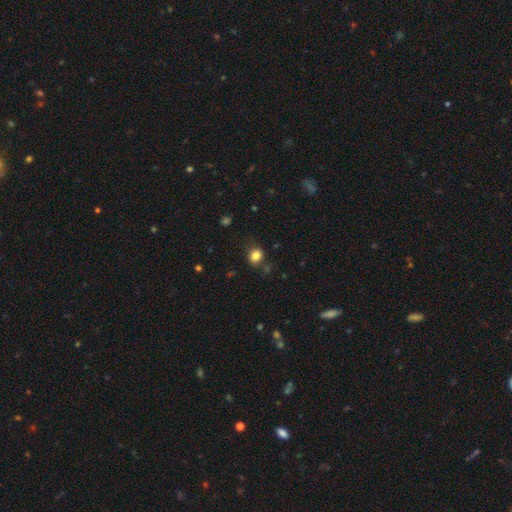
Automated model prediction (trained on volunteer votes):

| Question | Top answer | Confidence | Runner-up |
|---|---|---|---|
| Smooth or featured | smooth | 83% | star or artifact (11%) |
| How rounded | round | 61% | in between (38%) |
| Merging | none | 77% | minor disturbance (15%) |